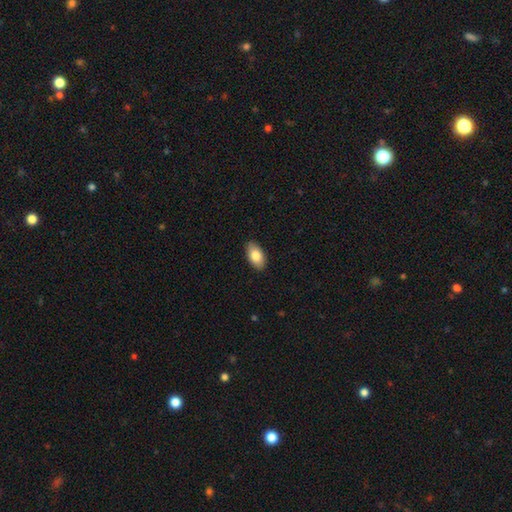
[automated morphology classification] smooth 82%, featured or disk 12%, star or artifact 6%. Down the decision tree: how rounded — in between (94%); merging — none (88%).